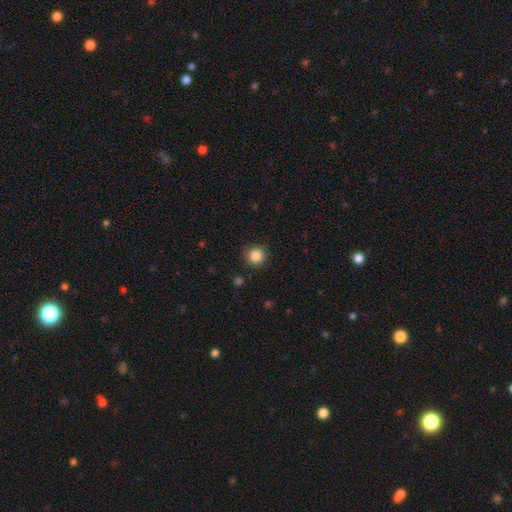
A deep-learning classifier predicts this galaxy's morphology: Overall: smooth (86%). How rounded: round (93%). Merging: none (89%).